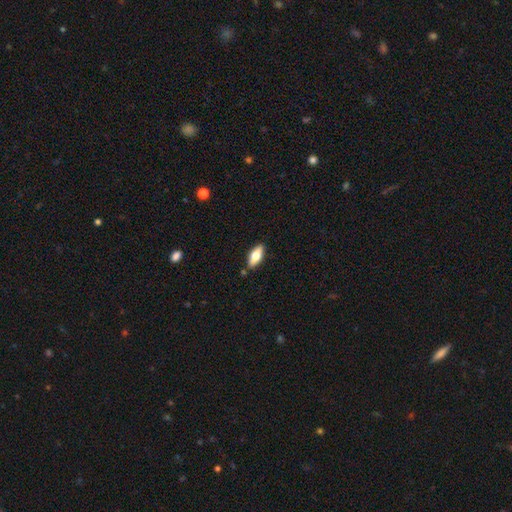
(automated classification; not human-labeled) smooth_or_featured: smooth (p=0.60) [alt: featured or disk p=0.34]
how_rounded: in between (p=0.75) [alt: cigar-shaped p=0.23]
merging: none (p=0.85) [alt: minor disturbance p=0.10]